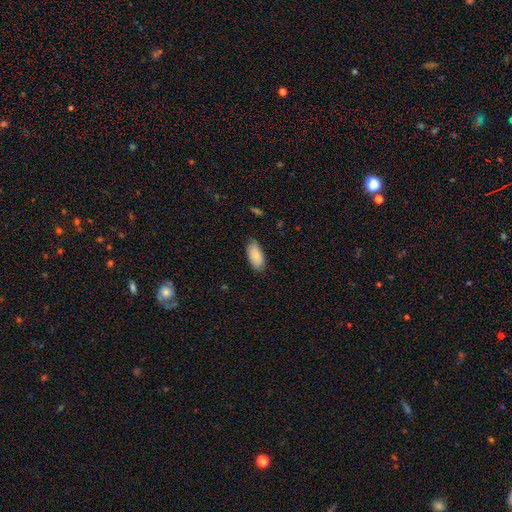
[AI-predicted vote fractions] Morphology: type=smooth (83%); roundness=in between (93%); merging=none (77%).